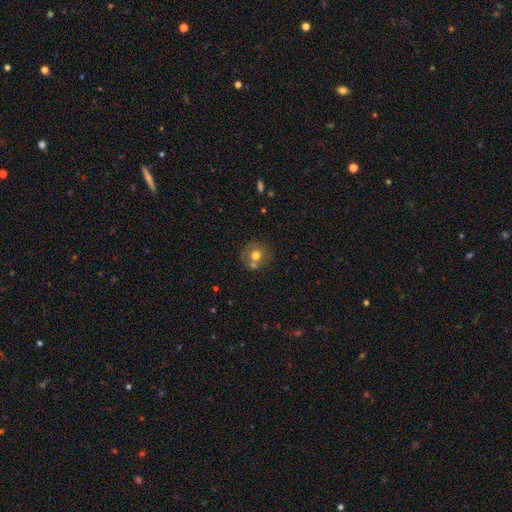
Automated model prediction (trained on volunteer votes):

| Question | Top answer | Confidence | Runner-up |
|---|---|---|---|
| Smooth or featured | smooth | 69% | featured or disk (19%) |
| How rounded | round | 88% | in between (11%) |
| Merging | none | 61% | merger (25%) |